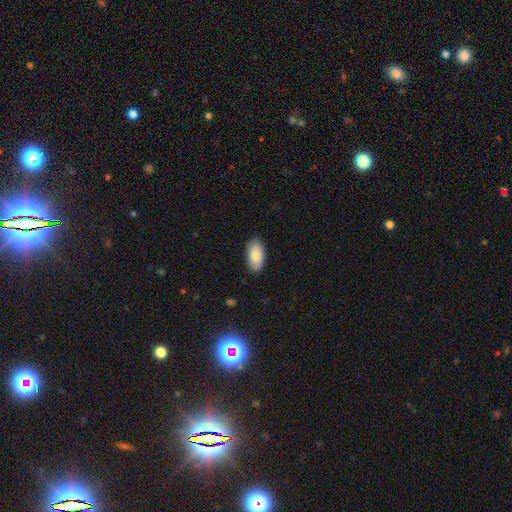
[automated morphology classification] Smooth or featured? Predicted: smooth (p=0.82). How rounded? Predicted: in between (p=0.94). Merging? Predicted: none (p=0.86).